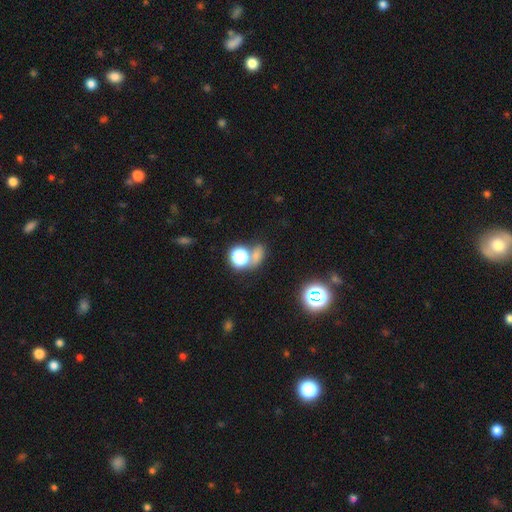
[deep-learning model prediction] This appears to be a smooth galaxy with no disk features (58%) that is round (54%). Merging: none (50%).